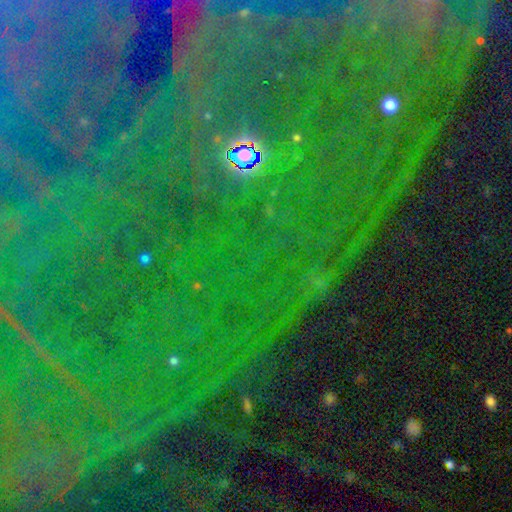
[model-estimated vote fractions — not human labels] Morphology: type=star or artifact (82%).